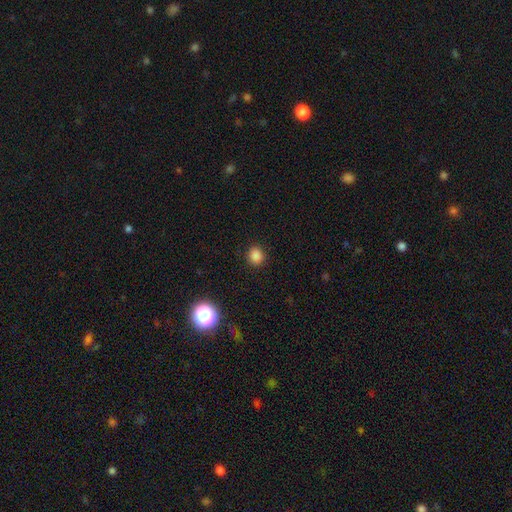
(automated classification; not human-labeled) A smooth galaxy with no disk features (84%) that is round (81%).

Vote fractions:
- Smooth or featured? smooth: 84% / star or artifact: 13% / featured or disk: 3%
- How rounded? round: 81% / in between: 18% / cigar-shaped: 1%
- Merging? none: 90% / minor disturbance: 6% / major disturbance: 2% / merger: 1%